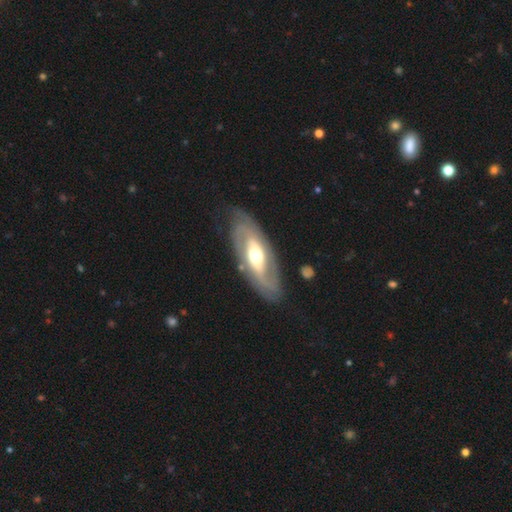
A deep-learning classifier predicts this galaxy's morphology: The model was most divided on "spiral arms": yes: 64%, no: 36%. More confident: edge-on disk — no (87%); merging — none (78%); smooth or featured — featured or disk (74%); bulge size — moderate (69%); bar — no (57%).